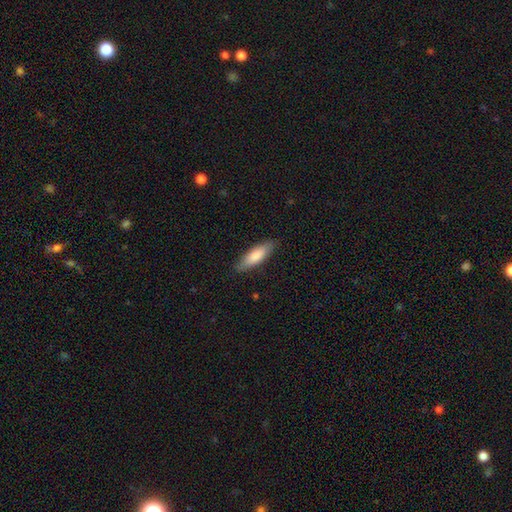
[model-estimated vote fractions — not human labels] Smooth or featured? Predicted: smooth (p=0.80). How rounded? Predicted: in between (p=0.50). Merging? Predicted: none (p=0.85).